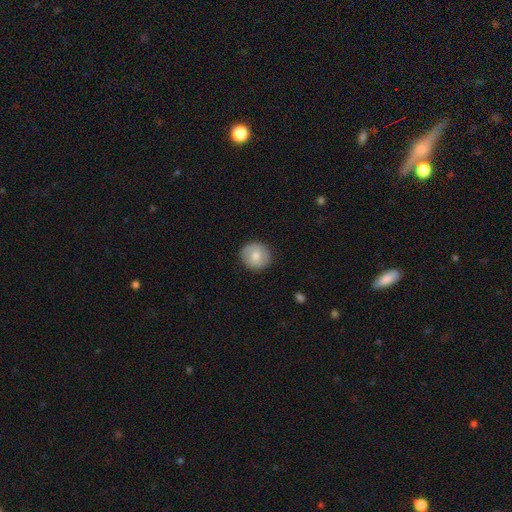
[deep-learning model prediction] Smooth or featured?
  - smooth: 71% *
  - featured or disk: 22%
  - star or artifact: 7%
How rounded?
  - round: 88% *
  - in between: 11%
  - cigar-shaped: 1%
Merging?
  - none: 87% *
  - minor disturbance: 10%
  - major disturbance: 2%
  - merger: 1%